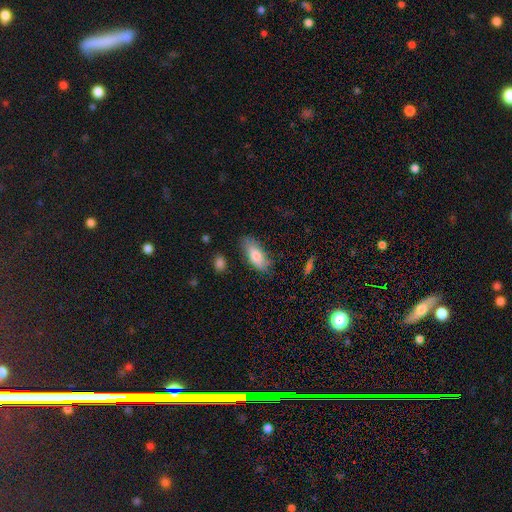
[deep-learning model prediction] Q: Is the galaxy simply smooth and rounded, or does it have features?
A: smooth — 78%.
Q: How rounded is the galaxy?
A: in between — 79%.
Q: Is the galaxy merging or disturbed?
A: none — 74%.